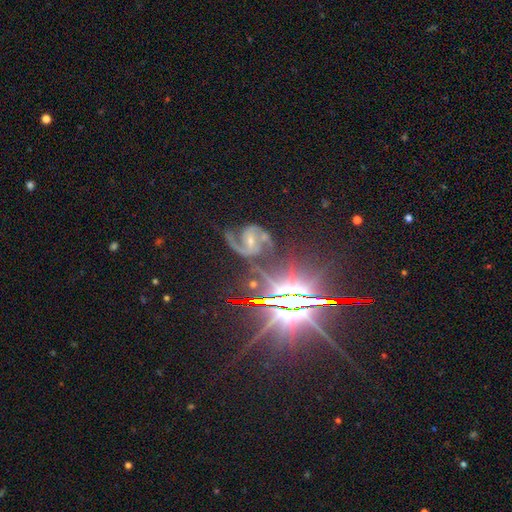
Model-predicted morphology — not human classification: smooth-or-featured: star or artifact: 63% | featured or disk: 29% | smooth: 8%